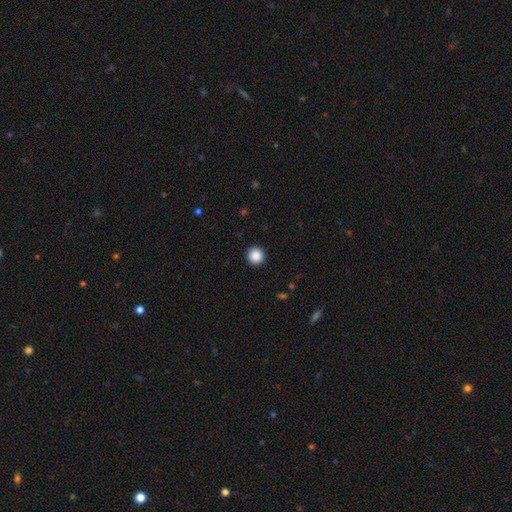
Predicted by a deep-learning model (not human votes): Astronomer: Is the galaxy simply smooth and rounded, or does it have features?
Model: smooth — 89%.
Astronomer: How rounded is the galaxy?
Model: round — 96%.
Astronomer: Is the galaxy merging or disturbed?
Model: none — 93%.